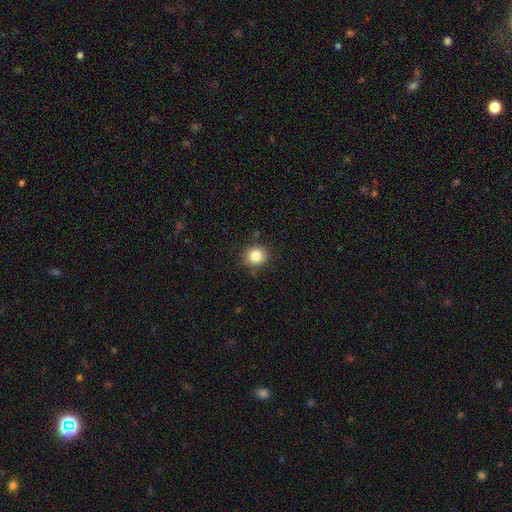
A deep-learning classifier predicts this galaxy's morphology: Smooth or featured?
  - smooth: 83% *
  - star or artifact: 11%
  - featured or disk: 6%
How rounded?
  - round: 85% *
  - in between: 14%
  - cigar-shaped: 1%
Merging?
  - none: 86% *
  - minor disturbance: 10%
  - major disturbance: 2%
  - merger: 2%